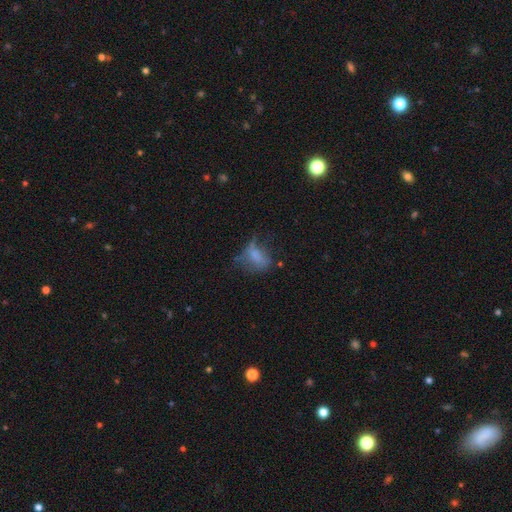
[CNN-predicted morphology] A smooth galaxy with no disk features (56%) that is in between round and cigar-shaped (77%). Merging: major disturbance (39%).